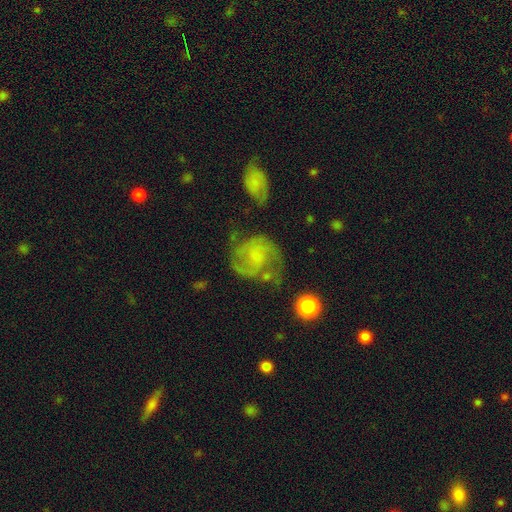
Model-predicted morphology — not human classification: Q: Smooth or featured?
A: featured or disk (79%); runner-up: smooth (14%)
Q: Edge-on disk?
A: no (98%); runner-up: yes (2%)
Q: Bar?
A: no (61%); runner-up: weak (33%)
Q: Spiral arms?
A: yes (94%); runner-up: no (6%)
Q: Spiral winding?
A: medium (52%); runner-up: tight (31%)
Q: Spiral arm count?
A: 2 (74%); runner-up: can't tell (9%)
Q: Bulge size?
A: small (52%); runner-up: moderate (23%)
Q: Merging?
A: none (56%); runner-up: minor disturbance (21%)